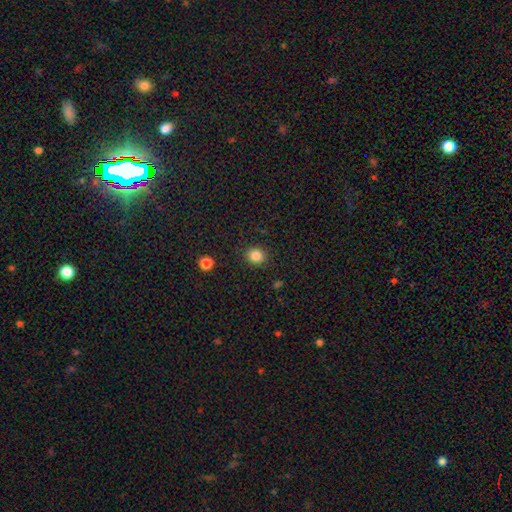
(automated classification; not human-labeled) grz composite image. It shows a smooth galaxy with no disk features (84%) that is round (79%). Merging: none (89%).